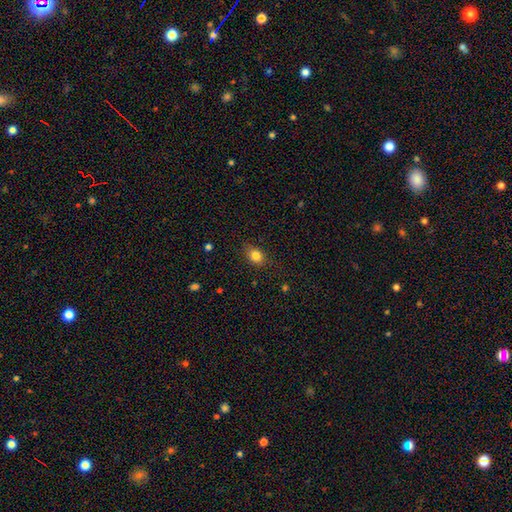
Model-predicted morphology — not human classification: Smooth or featured? Predicted: smooth (p=0.82). How rounded? Predicted: in between (p=0.58). Merging? Predicted: none (p=0.80).